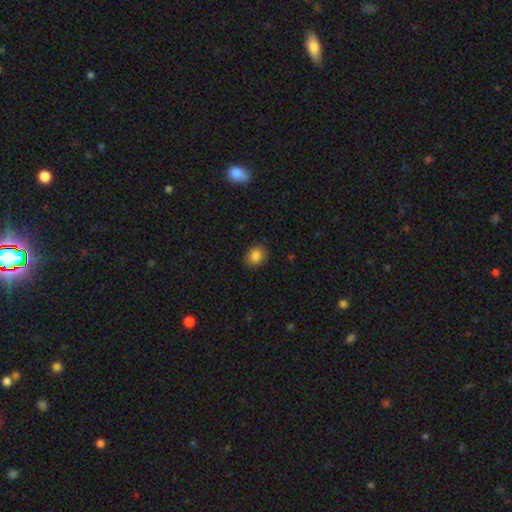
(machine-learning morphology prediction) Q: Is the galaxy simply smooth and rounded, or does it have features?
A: smooth — 85%.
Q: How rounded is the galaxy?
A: round — 60%.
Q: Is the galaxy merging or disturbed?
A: none — 87%.